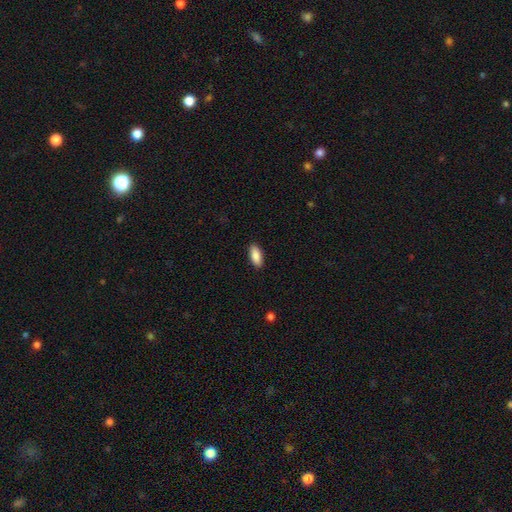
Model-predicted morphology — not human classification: Smooth or featured: smooth — 89% (star or artifact — 6%)
How rounded: in between — 84% (cigar-shaped — 14%)
Merging: none — 90% (minor disturbance — 7%)